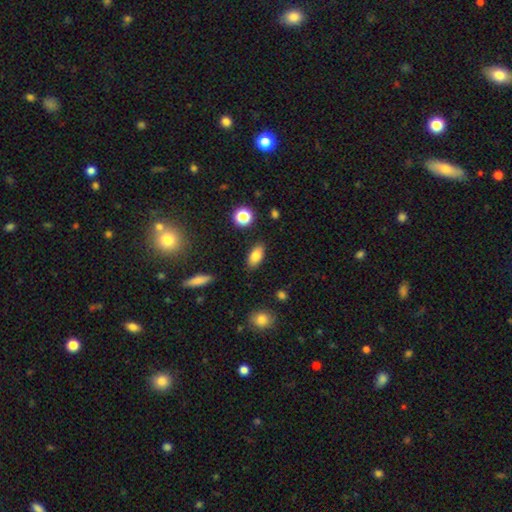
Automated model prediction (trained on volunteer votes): This appears to be a smooth galaxy with no disk features (82%) that is in between round and cigar-shaped (89%). Merging: none (87%).